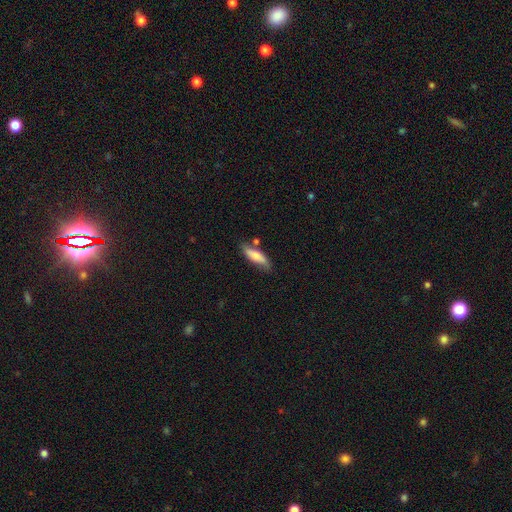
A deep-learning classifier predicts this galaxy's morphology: type=smooth (70%); roundness=cigar-shaped (50%); merging=none (68%).